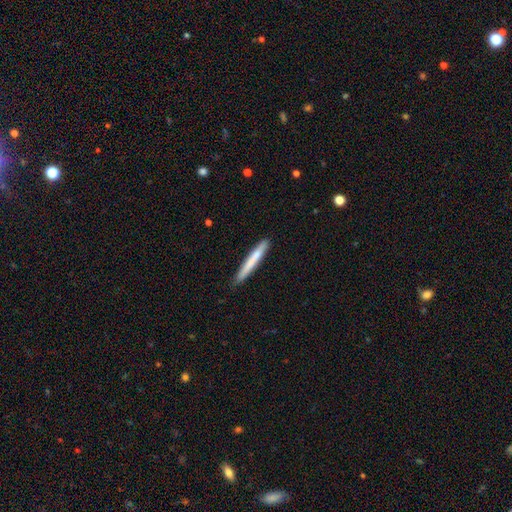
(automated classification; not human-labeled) This appears to be a smooth galaxy with no disk features (68%) that is cigar-shaped (96%). Merging: none (87%).